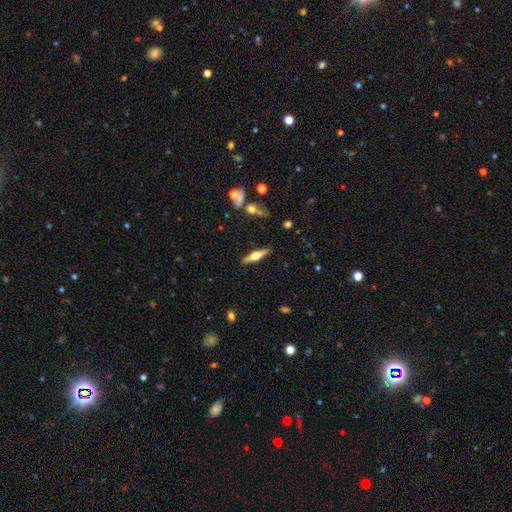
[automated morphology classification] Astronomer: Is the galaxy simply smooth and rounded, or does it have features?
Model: featured or disk — 64%.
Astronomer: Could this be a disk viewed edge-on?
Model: yes — 96%.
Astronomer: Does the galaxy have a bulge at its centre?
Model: rounded — 94%.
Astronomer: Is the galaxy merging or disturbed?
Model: none — 89%.